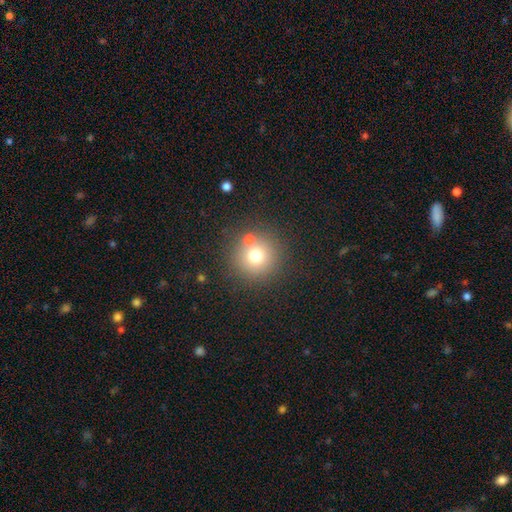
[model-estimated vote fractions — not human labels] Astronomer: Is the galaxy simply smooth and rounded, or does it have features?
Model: smooth — 71%.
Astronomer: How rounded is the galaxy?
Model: round — 94%.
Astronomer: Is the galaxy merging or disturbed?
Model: none — 75%.